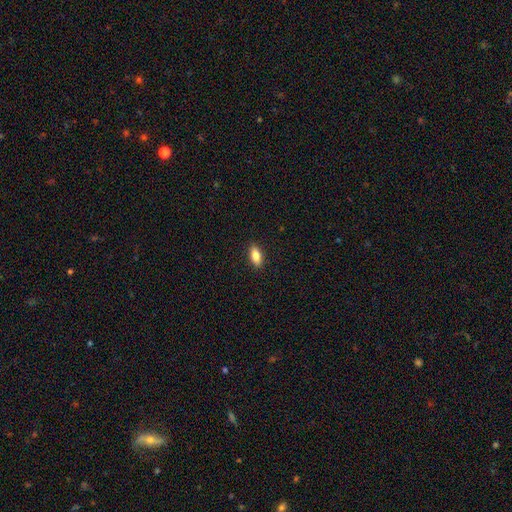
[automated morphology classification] smooth 82%, featured or disk 11%, star or artifact 7%. Down the decision tree: how rounded — in between (85%); merging — none (90%).